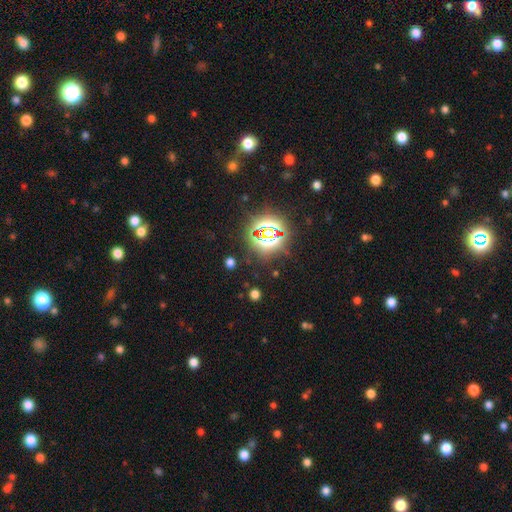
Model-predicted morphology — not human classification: The model was most divided on "smooth or featured": star or artifact: 82%, smooth: 12%, featured or disk: 7%.